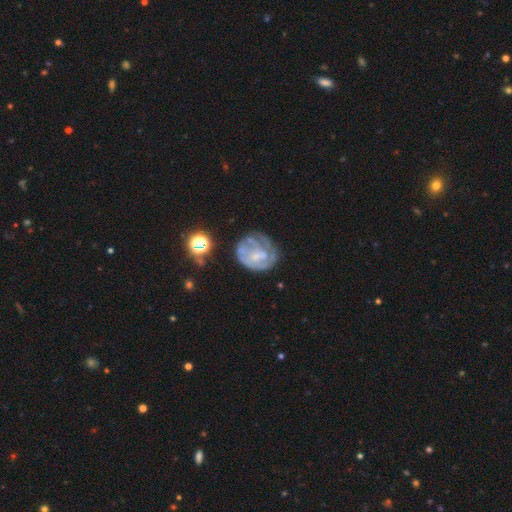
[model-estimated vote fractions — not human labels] Smooth or featured: featured or disk — 66% (smooth — 23%)
Edge-on disk: no — 98% (yes — 2%)
Bar: no — 67% (weak — 27%)
Spiral arms: yes — 53% (no — 47%)
Bulge size: small — 43% (none — 35%)
Merging: none — 50% (minor disturbance — 24%)